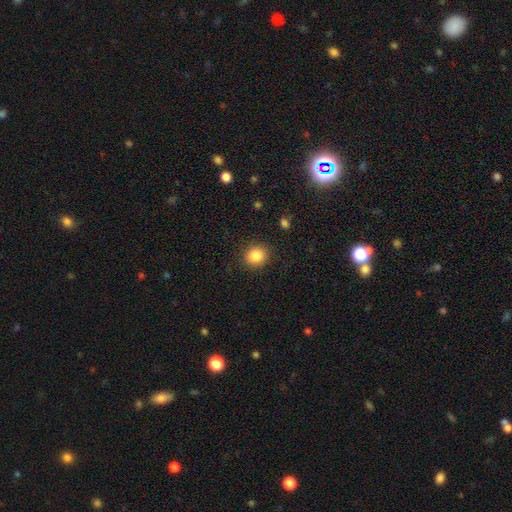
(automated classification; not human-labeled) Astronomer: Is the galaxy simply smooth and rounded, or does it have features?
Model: smooth — 85%.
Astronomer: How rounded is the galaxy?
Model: round — 82%.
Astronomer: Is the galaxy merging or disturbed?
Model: none — 89%.